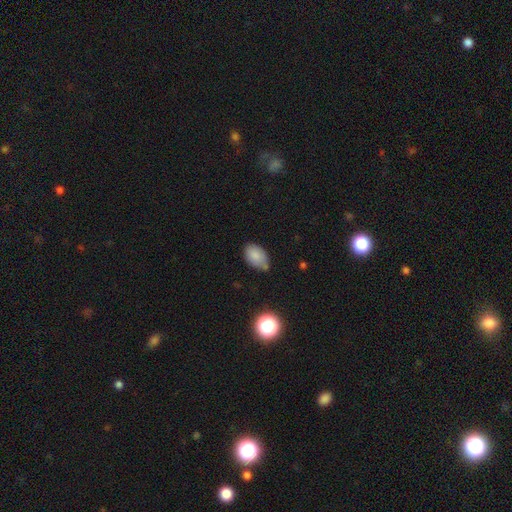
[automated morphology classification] smooth_or_featured: smooth (p=0.84) [alt: star or artifact p=0.09]
how_rounded: in between (p=0.89) [alt: round p=0.09]
merging: none (p=0.58) [alt: minor disturbance p=0.33]